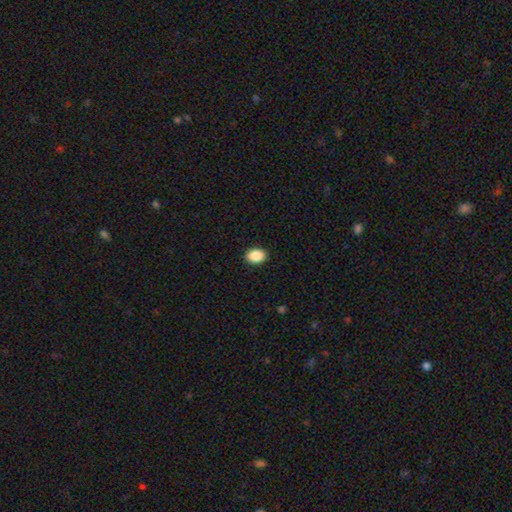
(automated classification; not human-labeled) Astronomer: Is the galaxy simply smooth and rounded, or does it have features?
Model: smooth — 89%.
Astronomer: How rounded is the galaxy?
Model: in between — 74%.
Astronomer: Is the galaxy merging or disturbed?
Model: none — 91%.